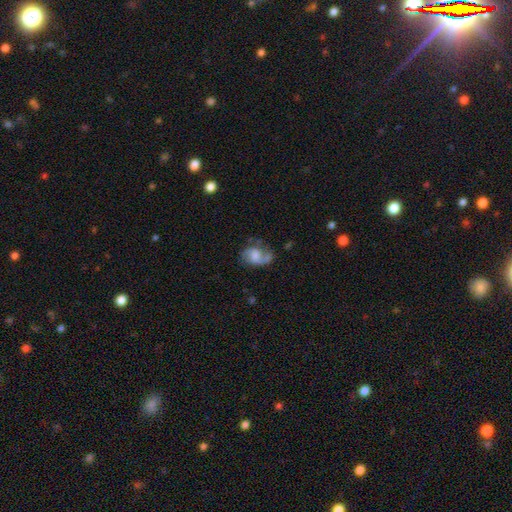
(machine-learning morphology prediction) Smooth or featured: featured or disk — 57% (smooth — 34%)
Edge-on disk: no — 97% (yes — 3%)
Bar: no — 59% (weak — 35%)
Spiral arms: yes — 85% (no — 15%)
Bulge size: moderate — 33% (small — 24%)
Merging: none — 44% (major disturbance — 26%)